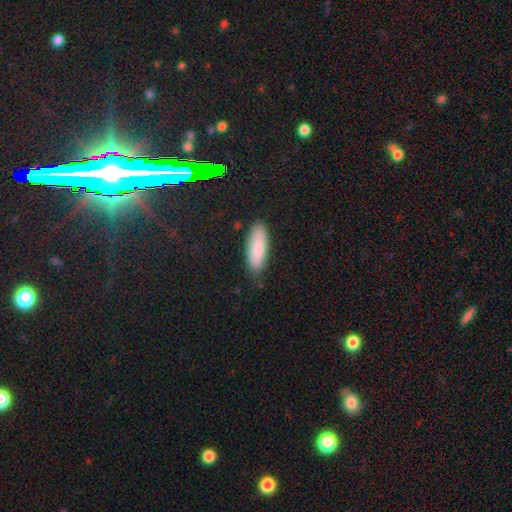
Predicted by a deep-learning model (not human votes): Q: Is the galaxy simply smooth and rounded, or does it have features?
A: smooth — 86%.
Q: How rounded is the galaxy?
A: in between — 60%.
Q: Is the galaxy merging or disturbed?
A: none — 84%.